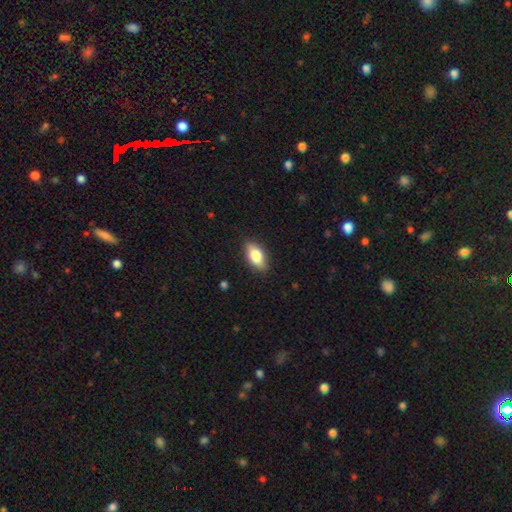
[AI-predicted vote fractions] smooth-or-featured: smooth: 79% | featured or disk: 15% | star or artifact: 7%
  how-rounded: in between: 88% | cigar-shaped: 8% | round: 5%
  merging: none: 87% | minor disturbance: 10% | major disturbance: 2% | merger: 1%